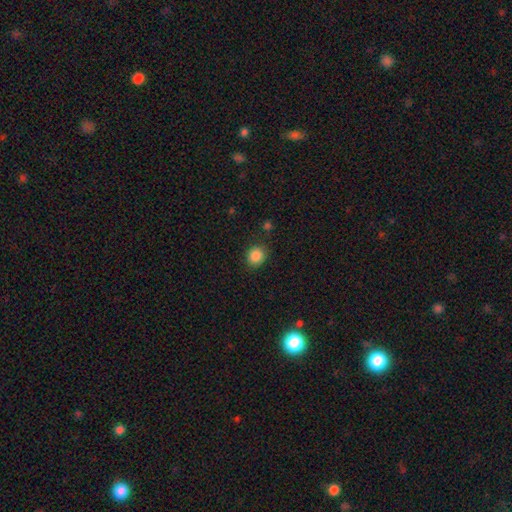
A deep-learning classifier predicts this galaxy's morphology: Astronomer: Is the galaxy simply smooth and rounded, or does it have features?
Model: smooth — 87%.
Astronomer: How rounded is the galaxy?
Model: round — 75%.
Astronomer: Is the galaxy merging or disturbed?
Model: none — 83%.